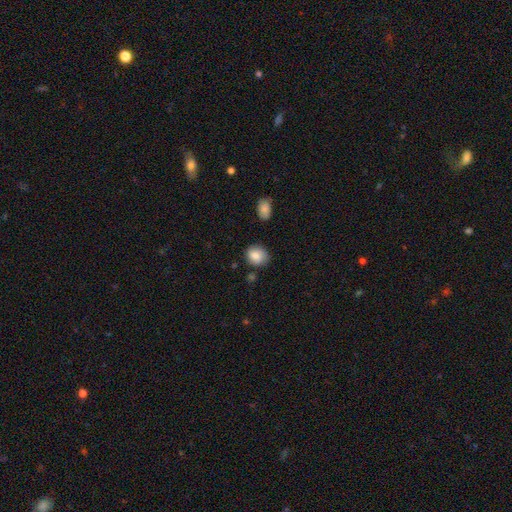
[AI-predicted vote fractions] Smooth or featured? Predicted: smooth (p=0.82). How rounded? Predicted: round (p=0.67). Merging? Predicted: none (p=0.74).